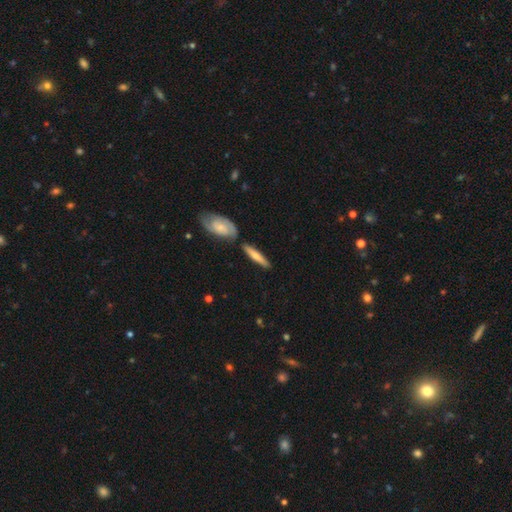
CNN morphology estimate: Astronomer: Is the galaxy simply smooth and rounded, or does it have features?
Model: smooth — 54% (runner-up: featured or disk, 41%).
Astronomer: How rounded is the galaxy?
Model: cigar-shaped — 80%.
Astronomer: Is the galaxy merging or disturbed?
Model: none — 72%.